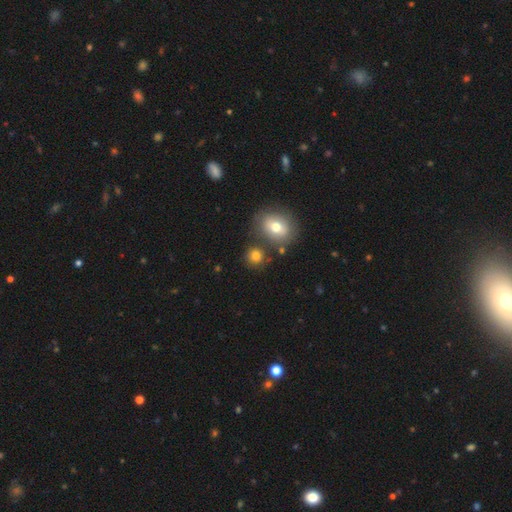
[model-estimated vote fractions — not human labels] Q: Smooth or featured?
A: smooth (79%); runner-up: star or artifact (12%)
Q: How rounded?
A: round (84%); runner-up: in between (15%)
Q: Merging?
A: none (74%); runner-up: merger (12%)